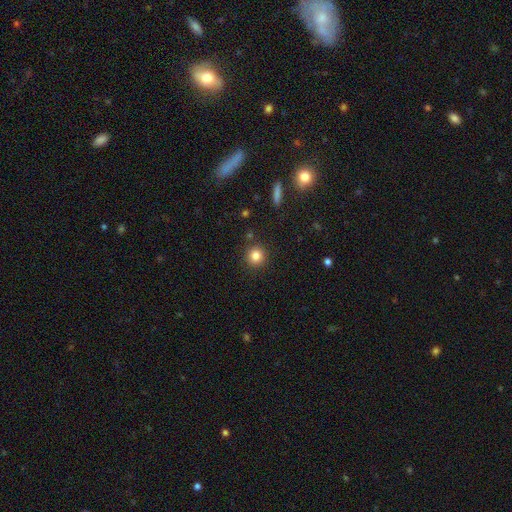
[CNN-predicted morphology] This is clearly a smooth galaxy (83%). How rounded: clearly round (93%). Merging: clearly none (89%).